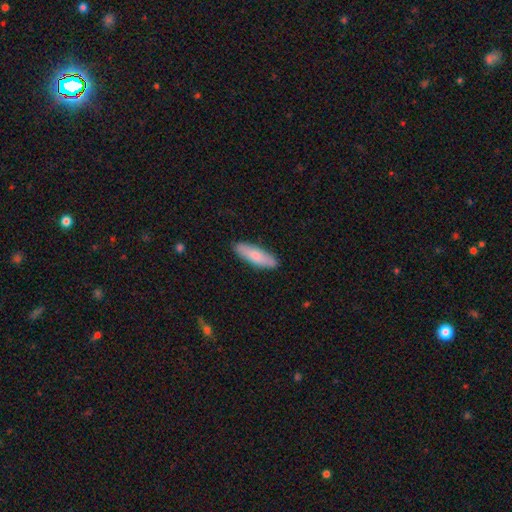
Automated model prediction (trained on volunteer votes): This appears to be a smooth galaxy with no disk features (77%) that is cigar-shaped (57%). Merging: none (89%).